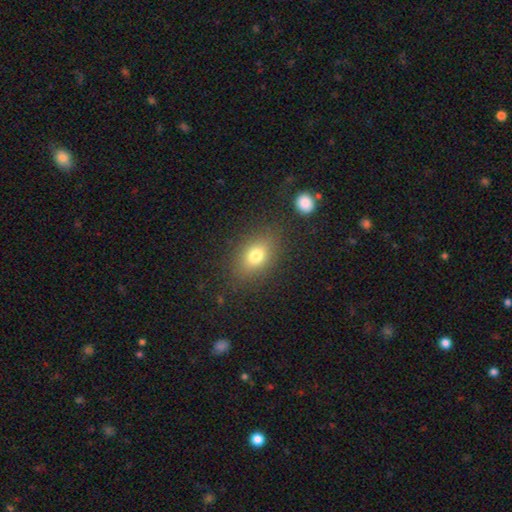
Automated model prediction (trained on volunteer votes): smooth_or_featured: smooth (p=0.75) [alt: star or artifact p=0.12]
how_rounded: in between (p=0.74) [alt: round p=0.23]
merging: none (p=0.83) [alt: minor disturbance p=0.11]